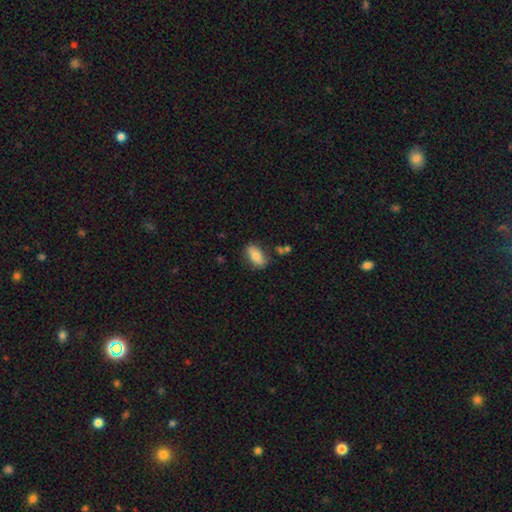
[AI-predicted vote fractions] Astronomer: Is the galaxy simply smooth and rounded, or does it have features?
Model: smooth — 80%.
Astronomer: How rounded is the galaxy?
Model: in between — 89%.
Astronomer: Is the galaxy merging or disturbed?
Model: none — 77%.